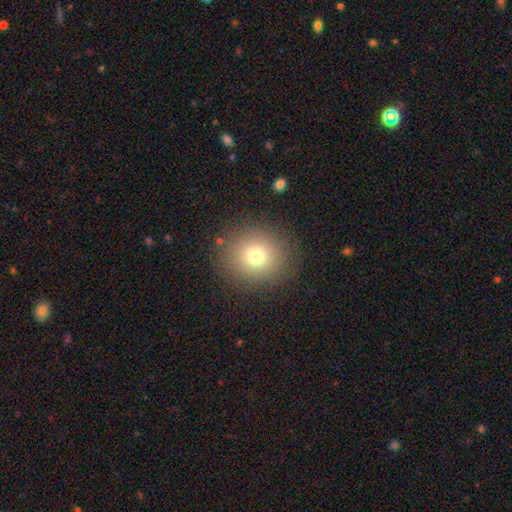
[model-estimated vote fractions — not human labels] Morphology: type=smooth (75%); roundness=round (86%); merging=none (87%).